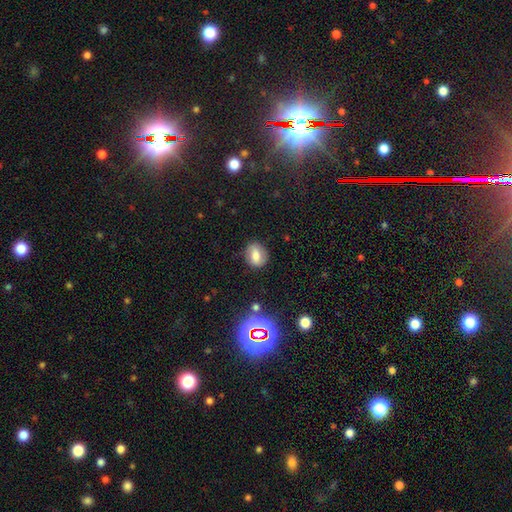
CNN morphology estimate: Smooth or featured?
  - smooth: 66% *
  - featured or disk: 21%
  - star or artifact: 13%
How rounded?
  - in between: 49% * (tied)
  - round: 49% * (tied)
  - cigar-shaped: 2%
Merging?
  - none: 80% *
  - minor disturbance: 14%
  - major disturbance: 4%
  - merger: 2%